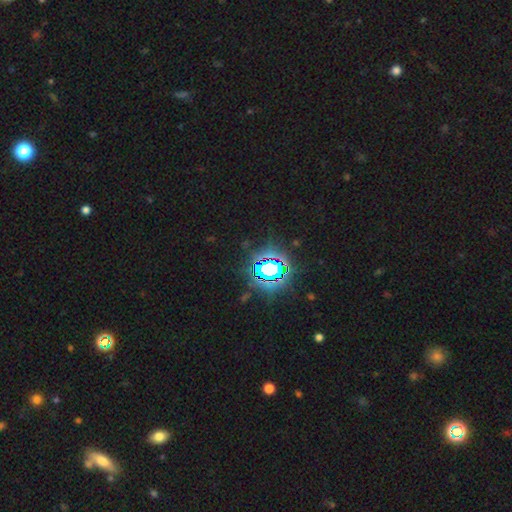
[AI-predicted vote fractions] smooth-or-featured: star or artifact: 80% | smooth: 13% | featured or disk: 7%